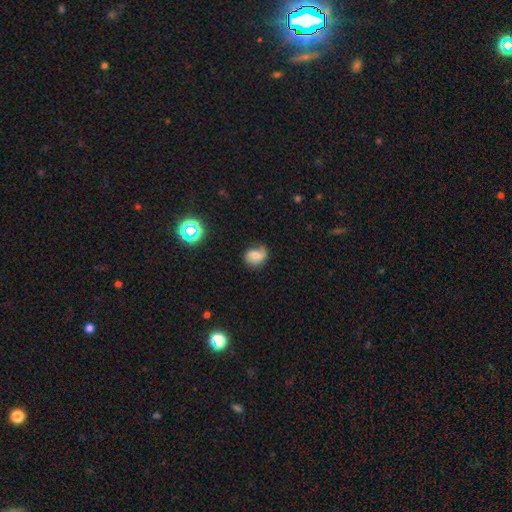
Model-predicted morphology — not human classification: Smooth or featured? Predicted: featured or disk (p=0.47). Merging? Predicted: none (p=0.64).